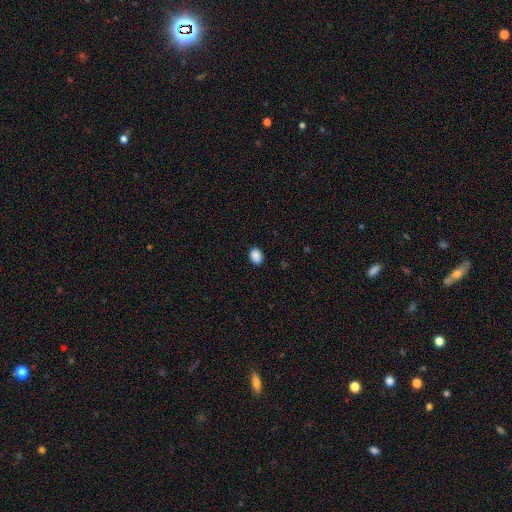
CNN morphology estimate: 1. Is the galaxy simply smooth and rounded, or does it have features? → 89% smooth, 8% star or artifact, 3% featured or disk.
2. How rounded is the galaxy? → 69% in between, 30% round, 1% cigar-shaped.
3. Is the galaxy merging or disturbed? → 88% none, 9% minor disturbance, 2% major disturbance, 1% merger.